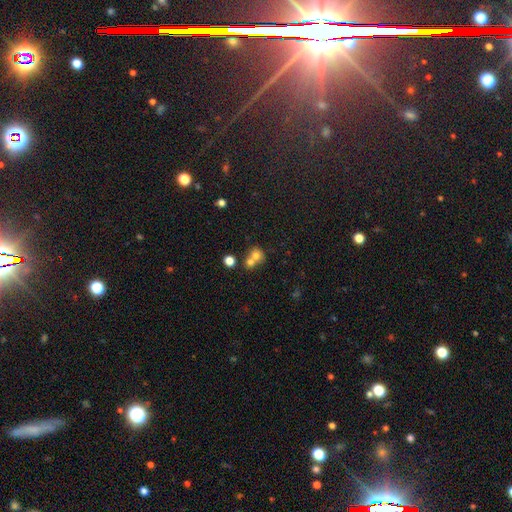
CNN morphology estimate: smooth-or-featured: smooth: 70% | featured or disk: 15% | star or artifact: 14%
  how-rounded: round: 78% | in between: 21% | cigar-shaped: 1%
  merging: merger: 56% | none: 34% | minor disturbance: 6% | major disturbance: 3%